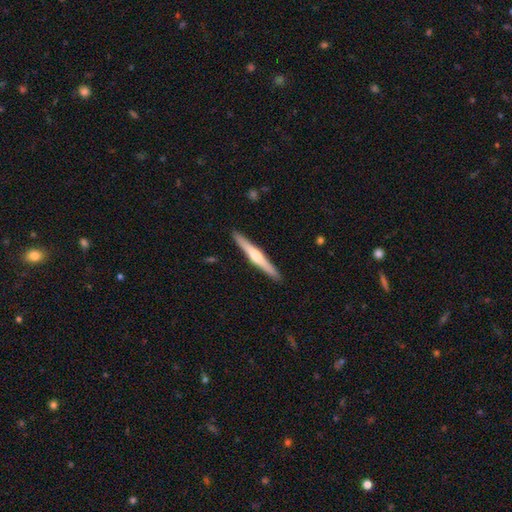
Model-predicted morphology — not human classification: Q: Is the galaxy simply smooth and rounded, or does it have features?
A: featured or disk — 64%.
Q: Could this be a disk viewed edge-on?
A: yes — 98%.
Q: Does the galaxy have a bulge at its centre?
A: rounded — 86%.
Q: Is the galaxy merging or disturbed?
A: none — 92%.